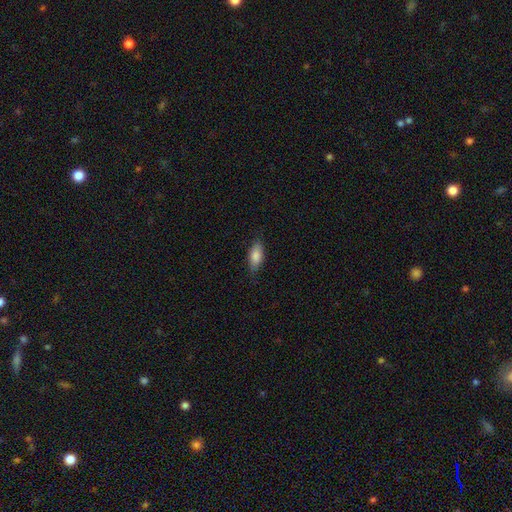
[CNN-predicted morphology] This is clearly a smooth galaxy (83%). How rounded: clearly in between (83%). Merging: clearly none (80%).